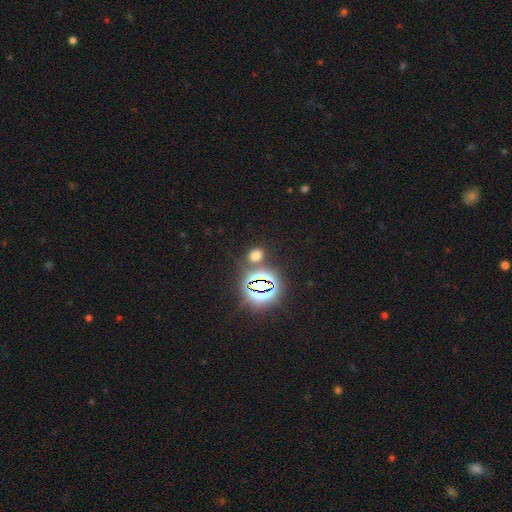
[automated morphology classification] This is possibly a smooth galaxy (54%). How rounded: possibly round (51%). Merging: likely none (80%).